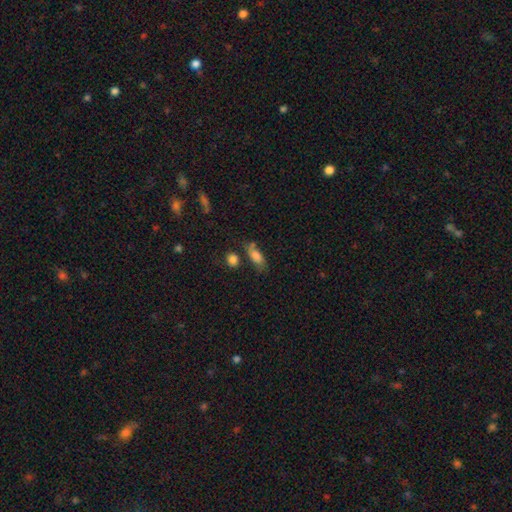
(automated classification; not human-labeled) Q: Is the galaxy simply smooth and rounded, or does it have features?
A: smooth — 73%.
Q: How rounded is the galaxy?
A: in between — 76%.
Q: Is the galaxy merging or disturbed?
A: none — 52%.